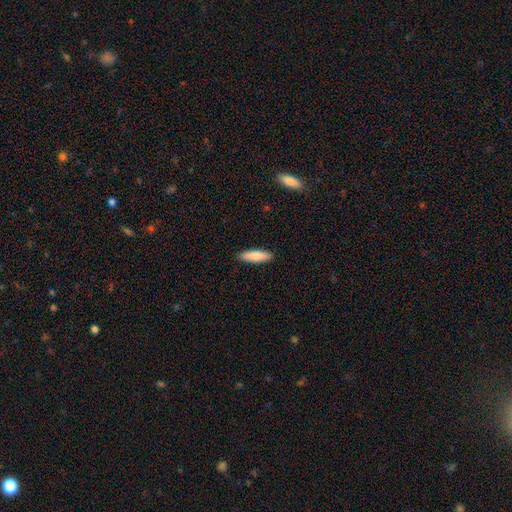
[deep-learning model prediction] Smooth or featured: smooth — 85% (featured or disk — 10%)
How rounded: cigar-shaped — 57% (in between — 41%)
Merging: none — 90% (minor disturbance — 7%)